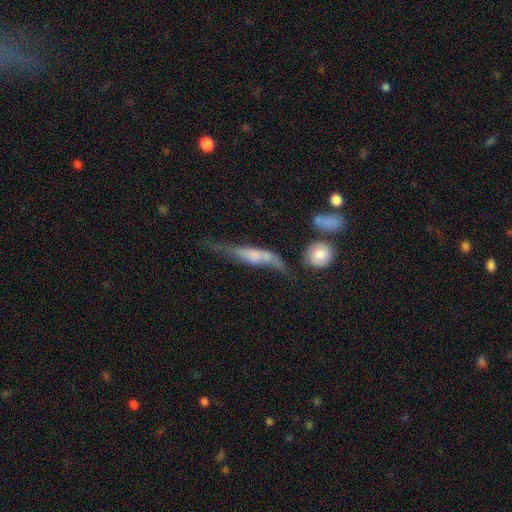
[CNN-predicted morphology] type=featured or disk (58%); edge-on=yes (68%); merging=none (33%).